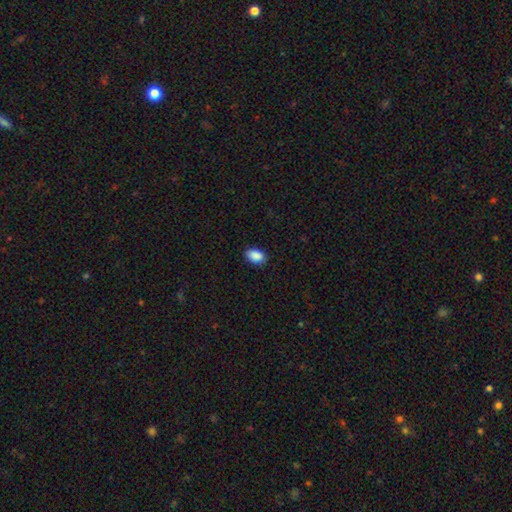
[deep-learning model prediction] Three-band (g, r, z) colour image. It shows a smooth galaxy with no disk features (90%) that is in between round and cigar-shaped (90%). Merging: none (87%).